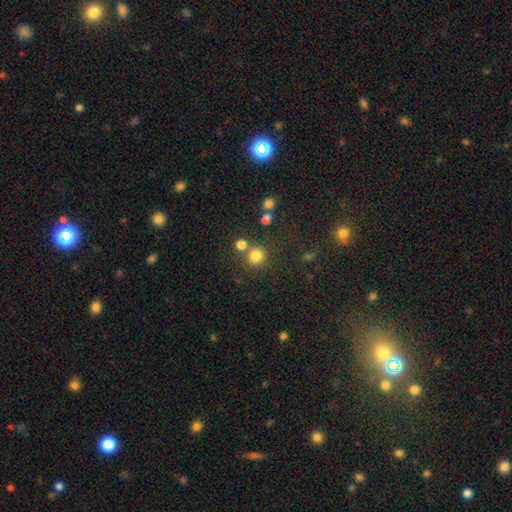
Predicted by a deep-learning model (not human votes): Overall: smooth (79%). How rounded: round (92%). Merging: none (72%).